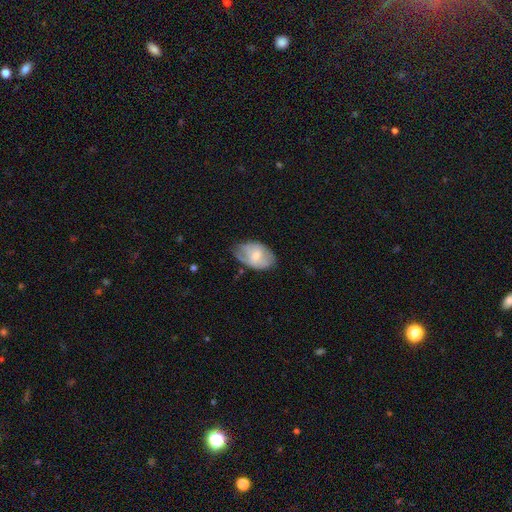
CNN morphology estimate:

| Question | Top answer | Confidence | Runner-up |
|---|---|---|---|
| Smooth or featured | smooth | 59% | featured or disk (35%) |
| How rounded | in between | 88% | round (10%) |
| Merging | none | 51% | minor disturbance (36%) |